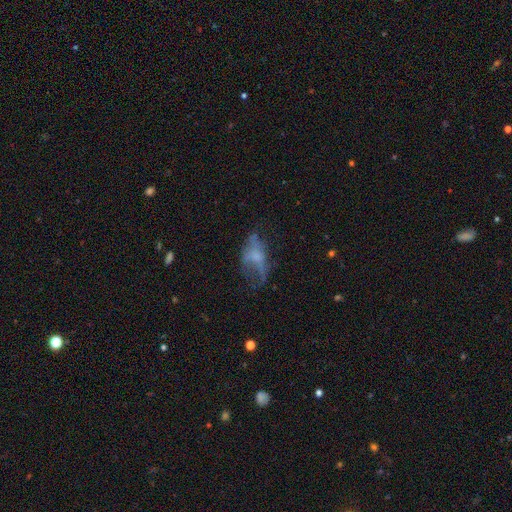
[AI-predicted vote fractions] featured or disk 52%, smooth 35%, star or artifact 13%. Down the decision tree: edge-on disk — no (85%); merging — major disturbance (39%).